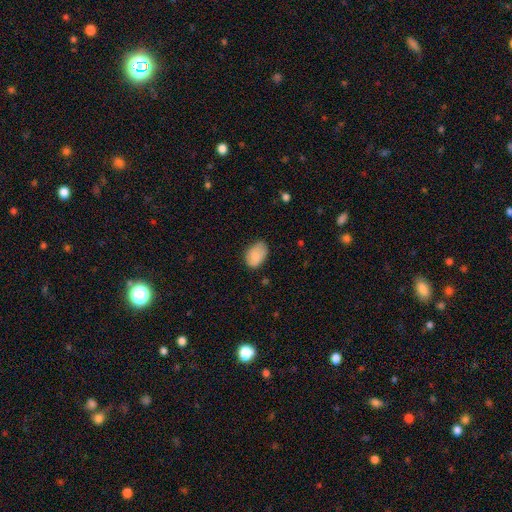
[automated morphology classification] A smooth galaxy with no disk features (82%) that is in between round and cigar-shaped (84%). Merging: none (65%).